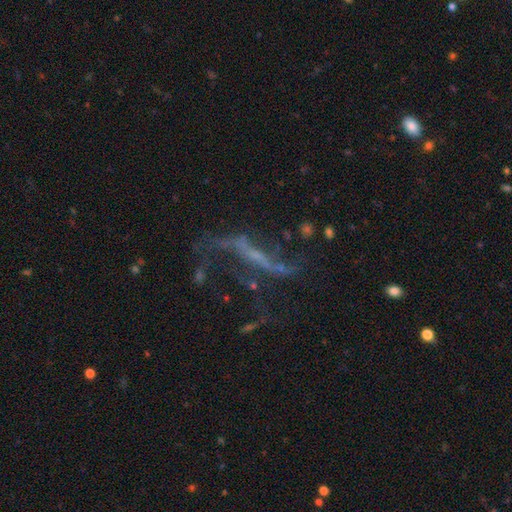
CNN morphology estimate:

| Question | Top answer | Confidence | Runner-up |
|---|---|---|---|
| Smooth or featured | featured or disk | 72% | star or artifact (16%) |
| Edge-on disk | no | 72% | yes (28%) |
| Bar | strong | 39% | no (36%) |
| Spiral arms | yes | 67% | no (33%) |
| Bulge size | none | 49% | small (39%) |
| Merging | none | 45% | major disturbance (31%) |